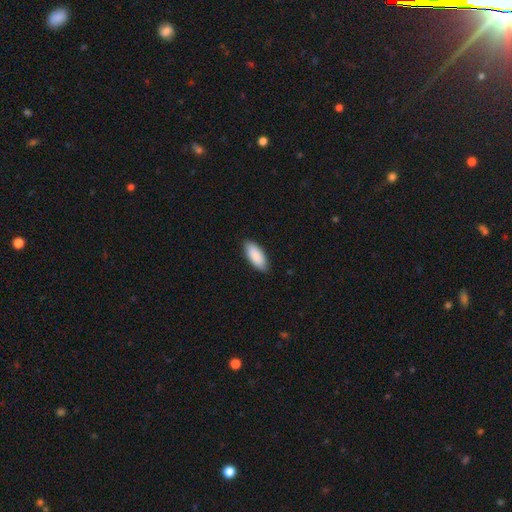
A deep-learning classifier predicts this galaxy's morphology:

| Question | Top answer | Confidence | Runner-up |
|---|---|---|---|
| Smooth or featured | smooth | 90% | star or artifact (5%) |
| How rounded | in between | 85% | cigar-shaped (14%) |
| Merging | none | 88% | minor disturbance (10%) |